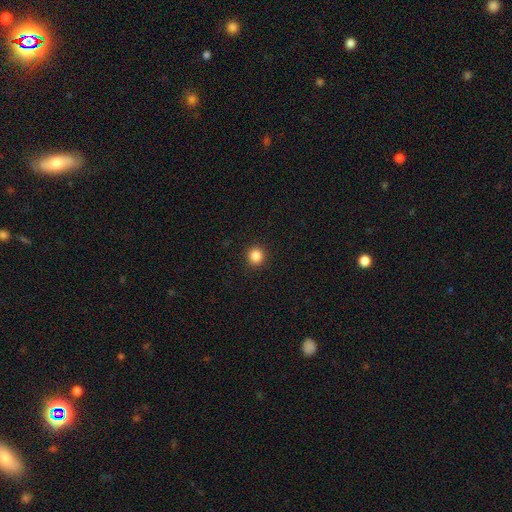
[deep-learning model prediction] A smooth galaxy with no disk features (85%) that is round (95%).

Vote fractions:
- Smooth or featured? smooth: 85% / star or artifact: 11% / featured or disk: 3%
- How rounded? round: 95% / in between: 4% / cigar-shaped: 1%
- Merging? none: 93% / minor disturbance: 5% / major disturbance: 2% / merger: 1%